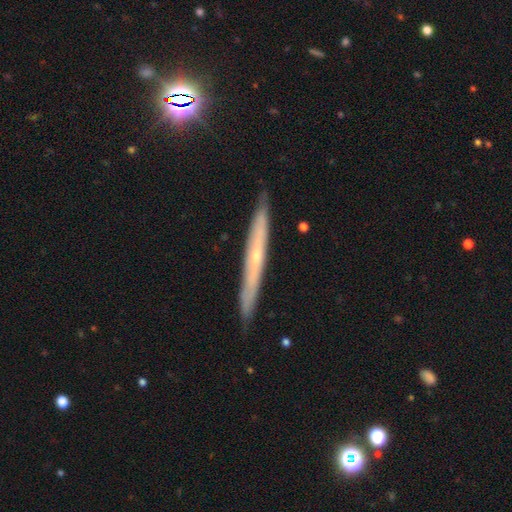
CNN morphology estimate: featured or disk 65%, smooth 27%, star or artifact 7%. Down the decision tree: edge-on disk — yes (93%); edge-on bulge — none (54%); merging — none (89%).